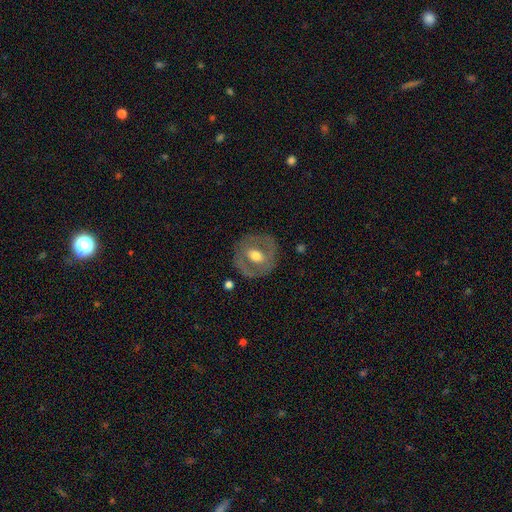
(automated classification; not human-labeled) Morphology: type=featured or disk (57%); edge-on=no (94%); bar=no (45%); spiral arms=no (78%); bulge=moderate (72%); merging=none (80%).